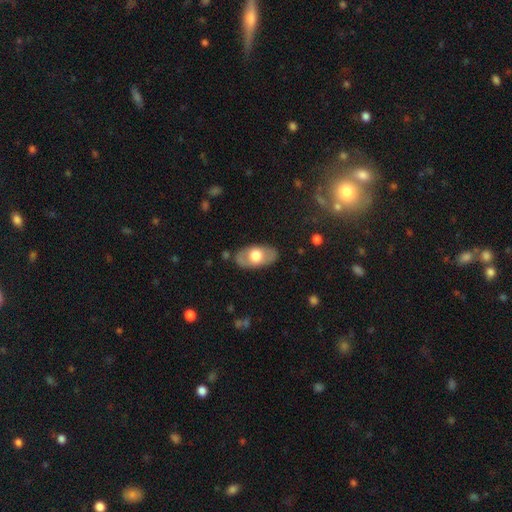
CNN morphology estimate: A smooth galaxy with no disk features (54%) that is in between round and cigar-shaped (92%).

Vote fractions:
- Smooth or featured? smooth: 54% / featured or disk: 40% / star or artifact: 5%
- How rounded? in between: 92% / round: 6% / cigar-shaped: 3%
- Merging? none: 82% / minor disturbance: 13% / major disturbance: 4% / merger: 1%